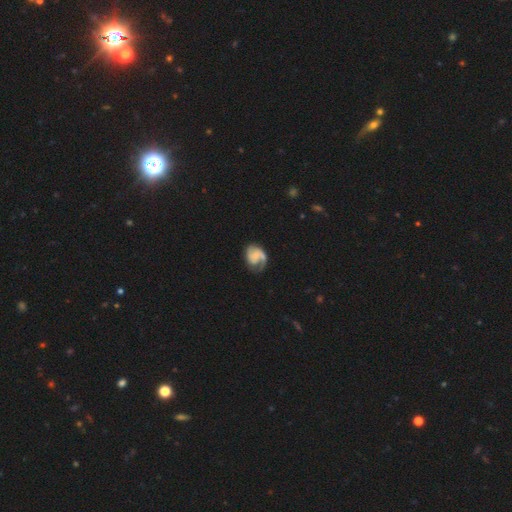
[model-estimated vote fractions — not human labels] Smooth or featured? featured or disk (79%)
Edge-on disk? no (98%)
Bar? no (57%)
Spiral arms? yes (95%)
Spiral winding? medium (48%)
Spiral arm count? 2 (73%)
Bulge size? small (52%)
Merging? none (62%)